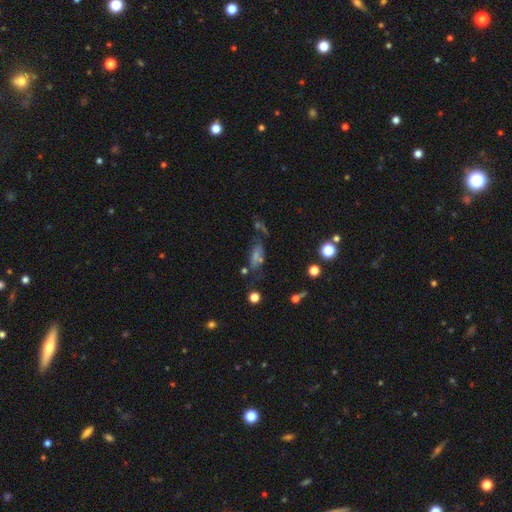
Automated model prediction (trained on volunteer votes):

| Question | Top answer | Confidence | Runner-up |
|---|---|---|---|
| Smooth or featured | smooth | 41% | featured or disk (31%) |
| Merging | none | 45% | minor disturbance (21%) |